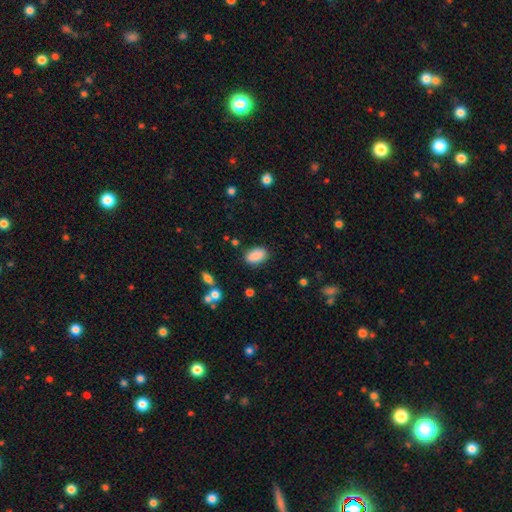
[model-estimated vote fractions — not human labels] The model was most divided on "merging": none: 84%, minor disturbance: 11%, major disturbance: 3%, merger: 2%. More confident: how rounded — in between (91%); smooth or featured — smooth (88%).